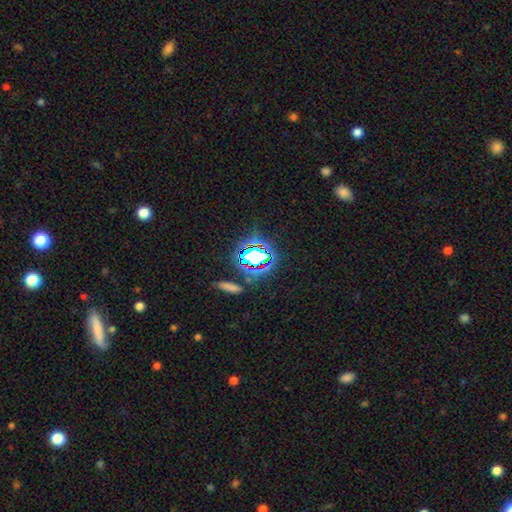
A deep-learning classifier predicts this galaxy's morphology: smooth_or_featured: star or artifact (p=0.59) [alt: smooth p=0.27]